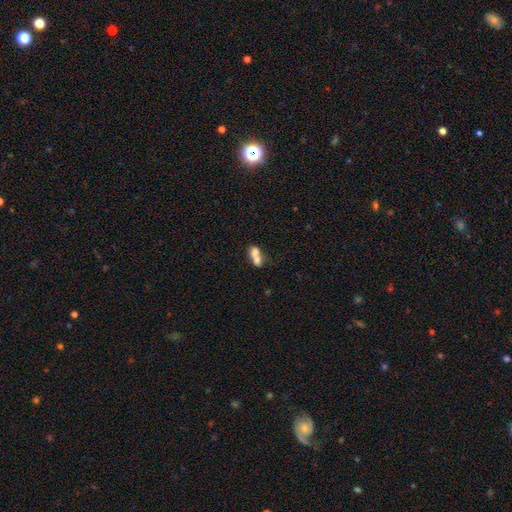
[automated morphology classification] A smooth galaxy with no disk features (68%) that is in between round and cigar-shaped (60%).

Vote fractions:
- Smooth or featured? smooth: 68% / featured or disk: 22% / star or artifact: 10%
- How rounded? in between: 60% / round: 37% / cigar-shaped: 3%
- Merging? merger: 73% / none: 18% / minor disturbance: 5% / major disturbance: 4%